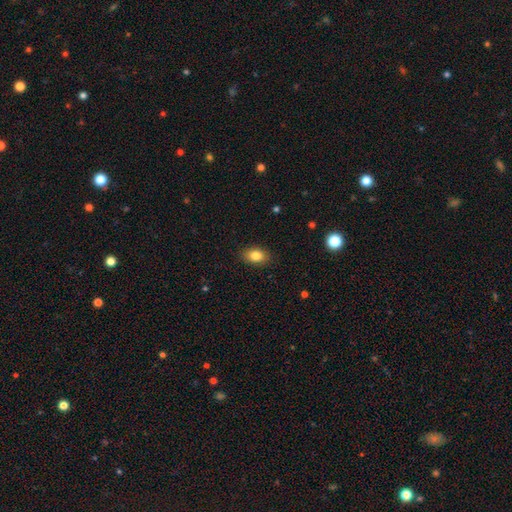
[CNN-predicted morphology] This is clearly a smooth galaxy (84%). How rounded: clearly in between (82%). Merging: clearly none (88%).